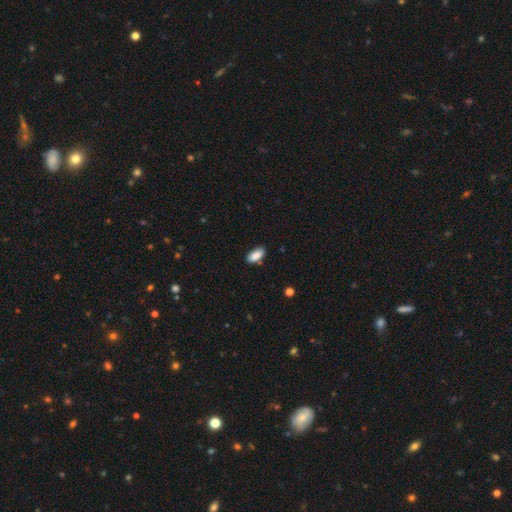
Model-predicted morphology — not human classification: The model was most divided on "merging": none: 81%, minor disturbance: 14%, major disturbance: 2%, merger: 2%. More confident: how rounded — in between (90%); smooth or featured — smooth (88%).